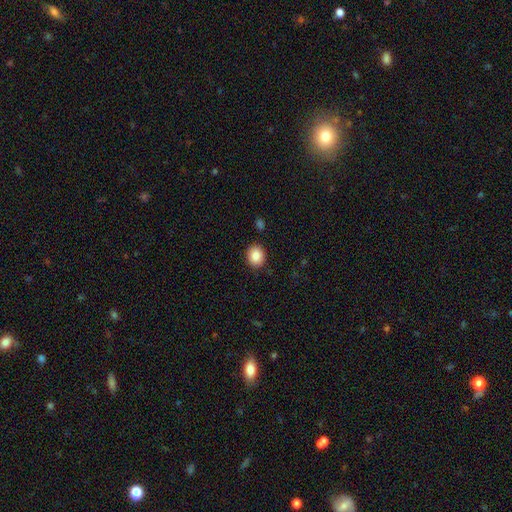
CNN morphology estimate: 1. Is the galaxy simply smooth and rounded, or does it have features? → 86% smooth, 9% star or artifact, 6% featured or disk.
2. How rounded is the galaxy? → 69% round, 30% in between, 1% cigar-shaped.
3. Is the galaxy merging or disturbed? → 87% none, 9% minor disturbance, 2% major disturbance, 2% merger.